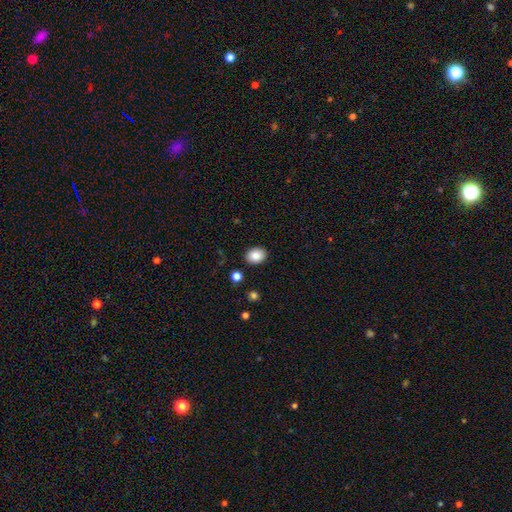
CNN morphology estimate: smooth-or-featured: smooth: 86% | star or artifact: 8% | featured or disk: 5%
  how-rounded: in between: 65% | round: 34% | cigar-shaped: 1%
  merging: none: 89% | minor disturbance: 7% | major disturbance: 2% | merger: 2%